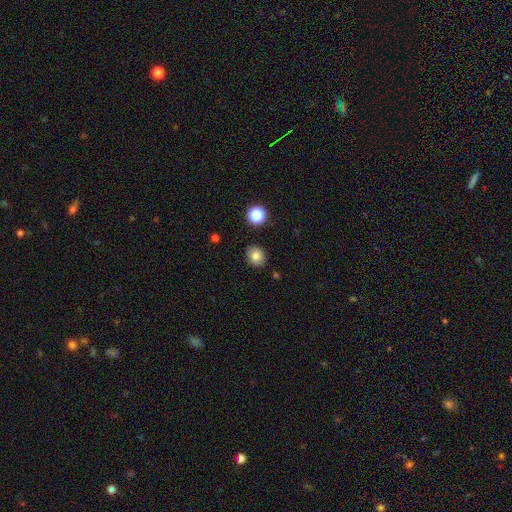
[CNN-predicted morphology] Smooth or featured? smooth (81%)
How rounded? round (68%)
Merging? none (87%)